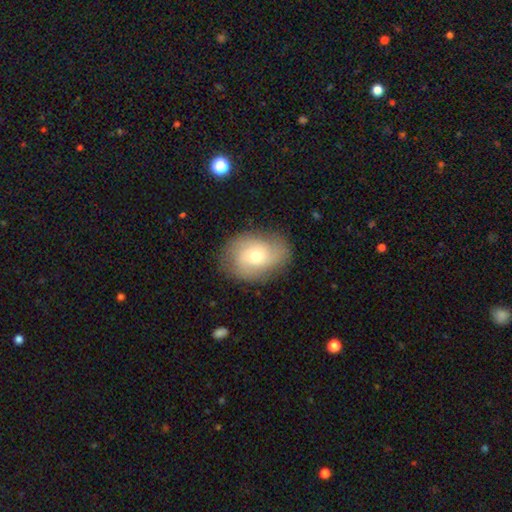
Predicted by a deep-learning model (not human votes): Smooth or featured?
  - smooth: 47% *
  - featured or disk: 44%
  - star or artifact: 9%
Merging?
  - none: 75% *
  - minor disturbance: 18%
  - major disturbance: 6%
  - merger: 1%